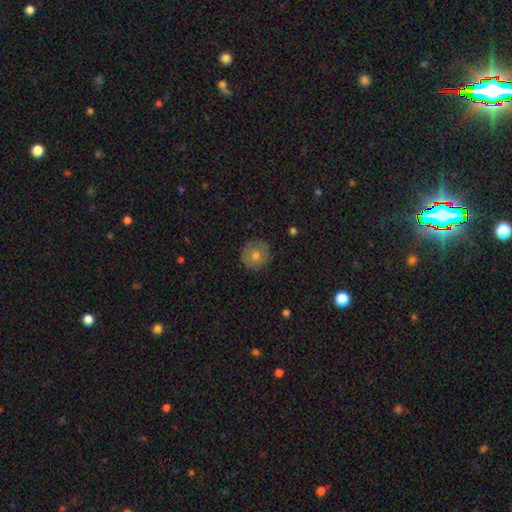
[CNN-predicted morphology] Q: Smooth or featured?
A: smooth (66%); runner-up: featured or disk (23%)
Q: How rounded?
A: round (92%); runner-up: in between (7%)
Q: Merging?
A: none (86%); runner-up: minor disturbance (11%)